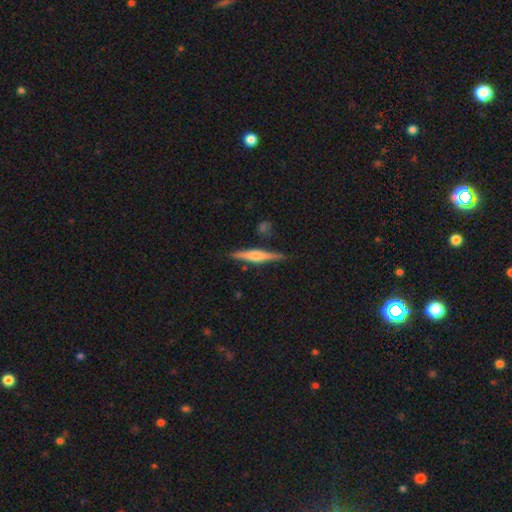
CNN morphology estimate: Smooth or featured? Predicted: featured or disk (p=0.60). Edge-on disk? Predicted: yes (p=0.96). Edge-on bulge? Predicted: rounded (p=0.79). Merging? Predicted: none (p=0.83).